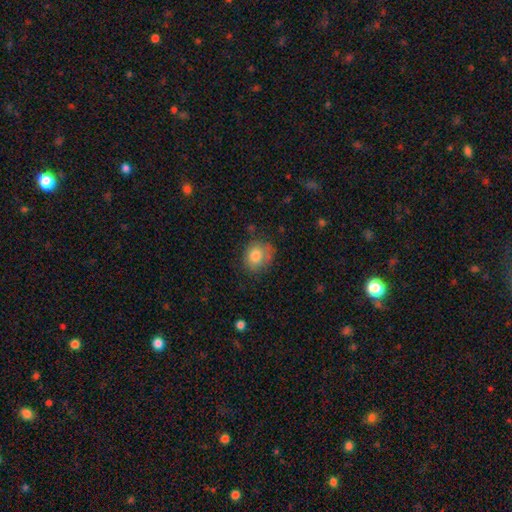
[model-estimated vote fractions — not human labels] Smooth or featured: smooth — 80% (featured or disk — 12%)
How rounded: round — 64% (in between — 35%)
Merging: none — 66% (minor disturbance — 24%)